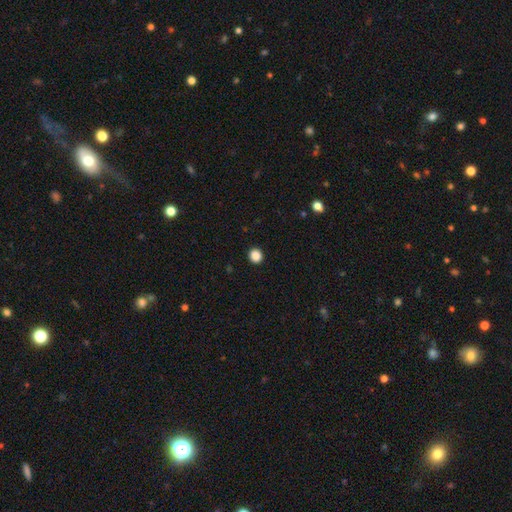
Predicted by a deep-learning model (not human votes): Smooth or featured: smooth — 87% (star or artifact — 10%)
How rounded: round — 89% (in between — 10%)
Merging: none — 93% (minor disturbance — 4%)